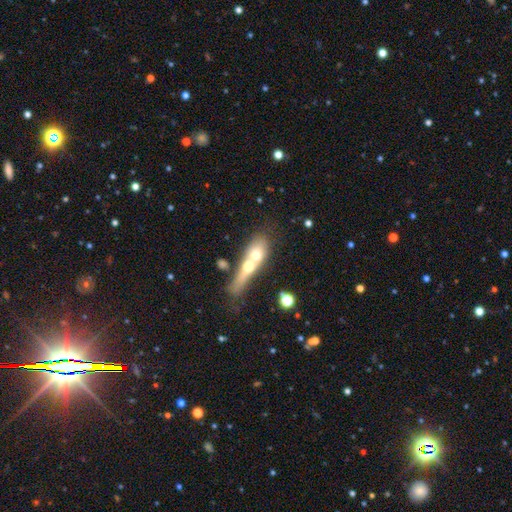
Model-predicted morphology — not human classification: Smooth or featured: smooth — 54% (featured or disk — 38%)
How rounded: in between — 45% (cigar-shaped — 42%)
Merging: merger — 67% (none — 18%)